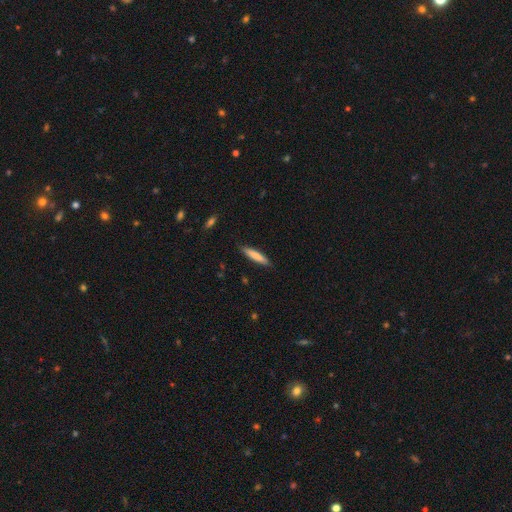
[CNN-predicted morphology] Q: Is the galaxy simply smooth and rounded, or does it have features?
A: smooth — 78%.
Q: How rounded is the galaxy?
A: cigar-shaped — 87%.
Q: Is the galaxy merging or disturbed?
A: none — 88%.